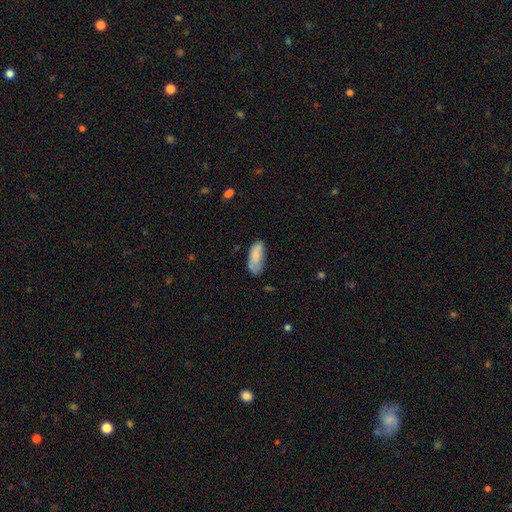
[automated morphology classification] Q: Smooth or featured?
A: smooth (79%); runner-up: featured or disk (14%)
Q: How rounded?
A: in between (84%); runner-up: cigar-shaped (14%)
Q: Merging?
A: none (59%); runner-up: minor disturbance (29%)